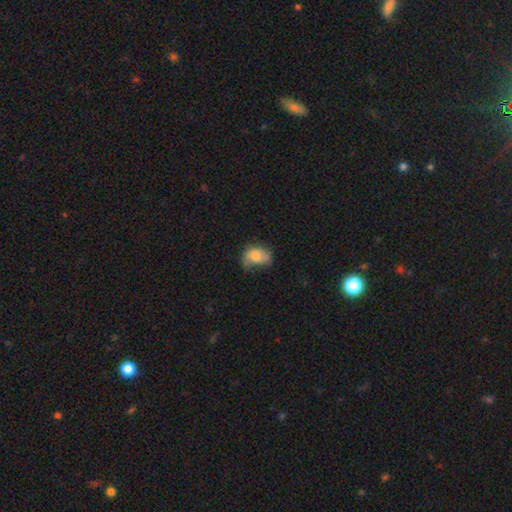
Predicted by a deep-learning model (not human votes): The model was most divided on "merging": minor disturbance: 35%, none: 34%, major disturbance: 28%, merger: 3%. More confident: how rounded — in between (73%); smooth or featured — smooth (55%).